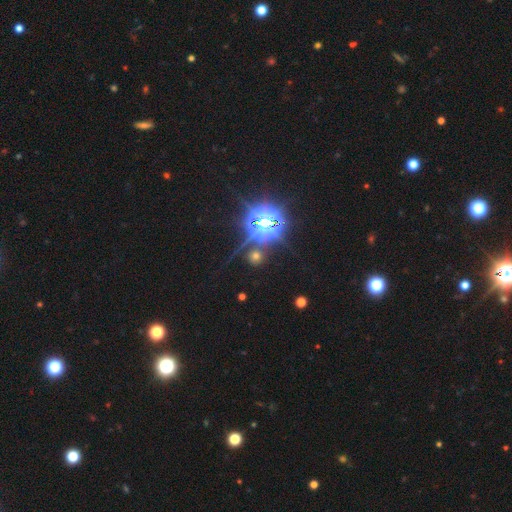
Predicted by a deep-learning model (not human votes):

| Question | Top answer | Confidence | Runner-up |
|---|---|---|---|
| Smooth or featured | star or artifact | 58% | smooth (29%) |